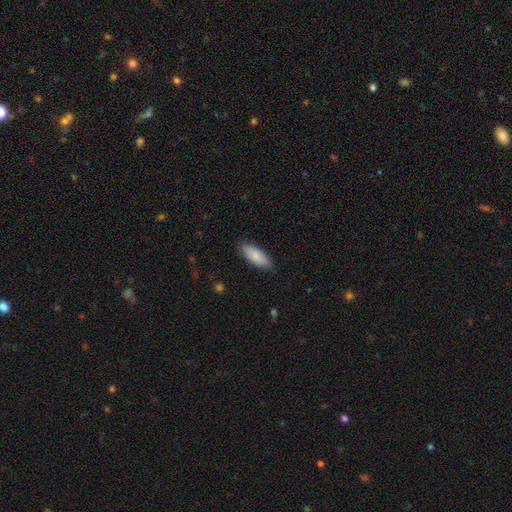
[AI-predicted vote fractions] This is clearly a smooth galaxy (88%). How rounded: likely in between (75%). Merging: clearly none (86%).